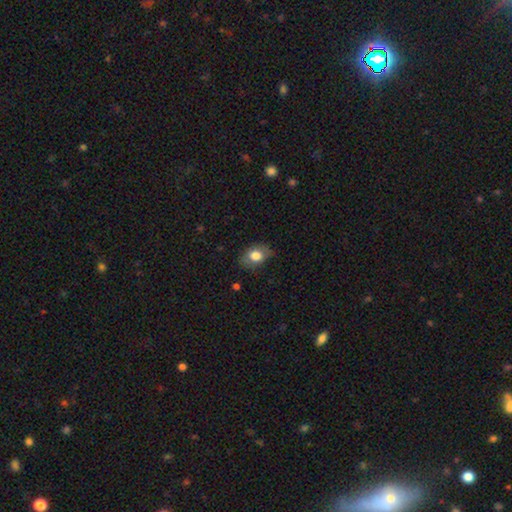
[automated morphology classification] A smooth galaxy with no disk features (77%) that is in between round and cigar-shaped (72%). Merging: none (70%).